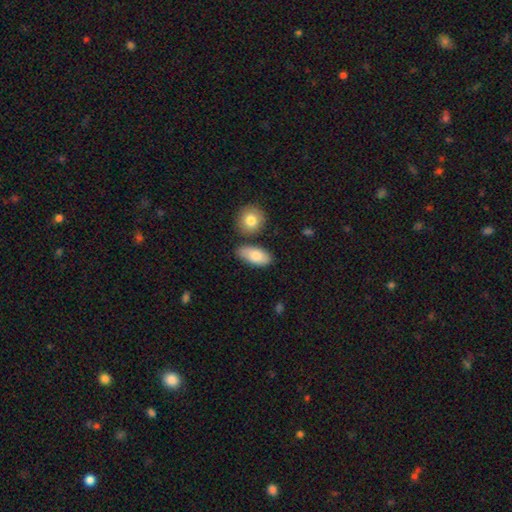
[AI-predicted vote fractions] Smooth or featured?
  - smooth: 80% *
  - featured or disk: 14%
  - star or artifact: 6%
How rounded?
  - in between: 90% *
  - cigar-shaped: 6%
  - round: 4%
Merging?
  - none: 69% *
  - minor disturbance: 17%
  - merger: 10%
  - major disturbance: 4%